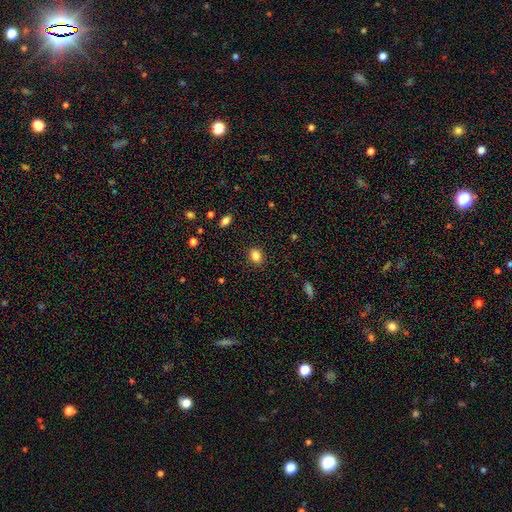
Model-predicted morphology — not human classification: Smooth or featured: smooth — 85% (star or artifact — 11%)
How rounded: in between — 54% (round — 45%)
Merging: none — 89% (minor disturbance — 8%)